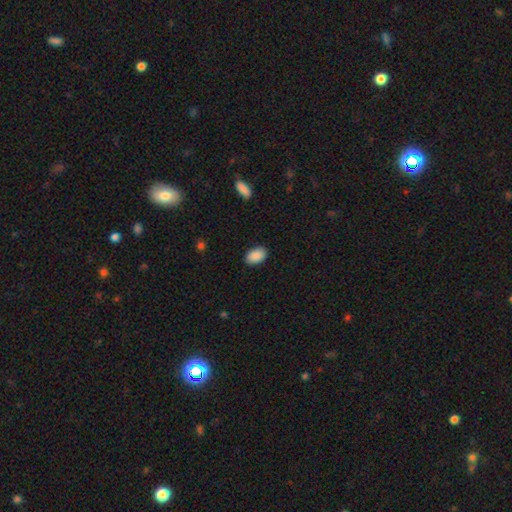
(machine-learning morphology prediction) The model was most divided on "merging": none: 89%, minor disturbance: 8%, major disturbance: 2%, merger: 1%. More confident: how rounded — in between (91%); smooth or featured — smooth (90%).